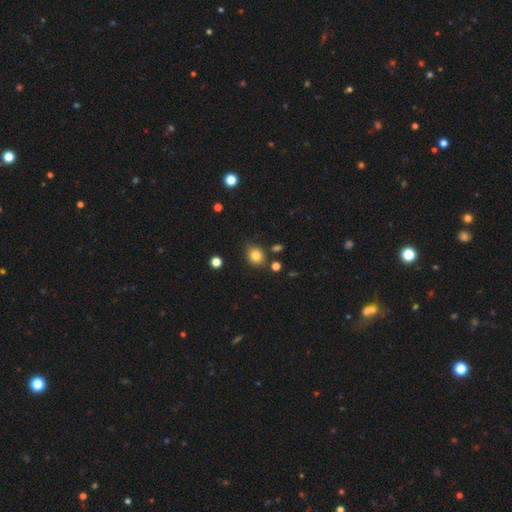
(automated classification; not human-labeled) A smooth galaxy with no disk features (81%) that is round (71%).

Vote fractions:
- Smooth or featured? smooth: 81% / star or artifact: 12% / featured or disk: 7%
- How rounded? round: 71% / in between: 28% / cigar-shaped: 1%
- Merging? none: 80% / minor disturbance: 13% / merger: 4% / major disturbance: 3%